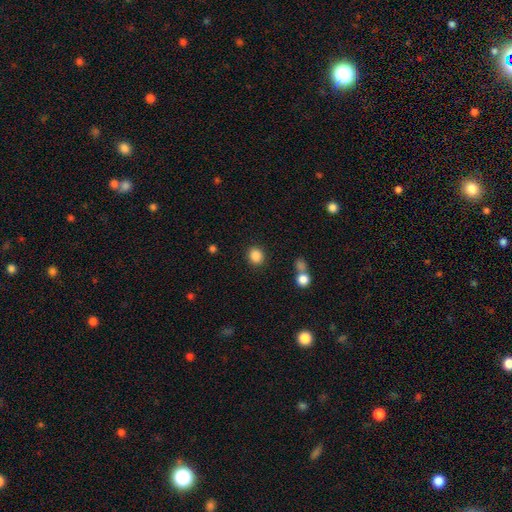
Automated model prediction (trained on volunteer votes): The model was most divided on "how rounded": round: 80%, in between: 19%, cigar-shaped: 1%. More confident: merging — none (87%); smooth or featured — smooth (86%).